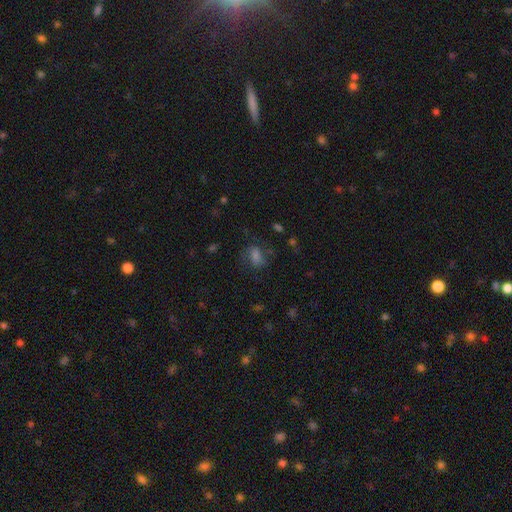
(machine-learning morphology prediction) The model was most divided on "smooth or featured": smooth: 56%, star or artifact: 23%, featured or disk: 21%. More confident: how rounded — in between (69%); merging — none (62%).